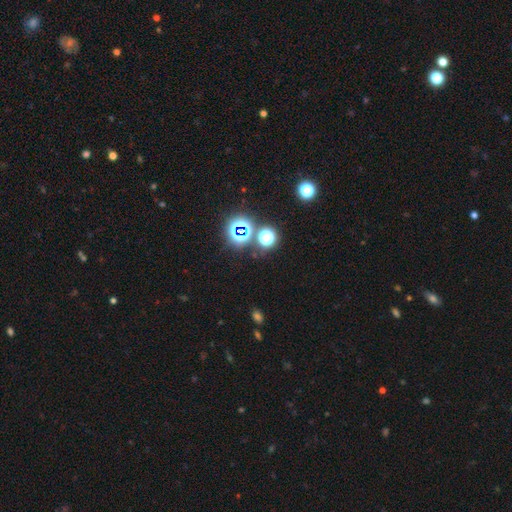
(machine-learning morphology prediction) Smooth or featured? star or artifact (71%)